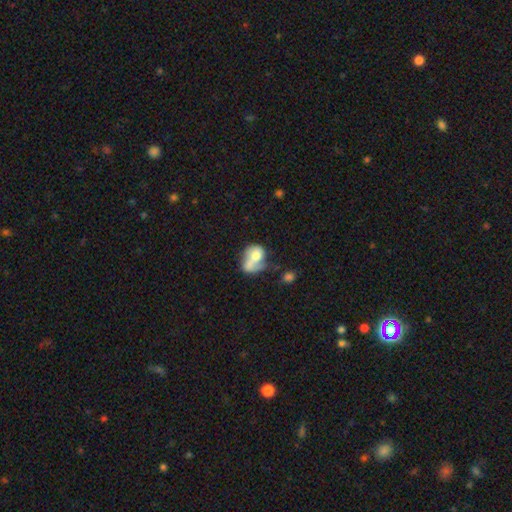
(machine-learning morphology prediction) The model was most divided on "merging": merger: 40%, major disturbance: 25%, none: 20%, minor disturbance: 15%. More confident: how rounded — in between (60%); smooth or featured — smooth (56%).